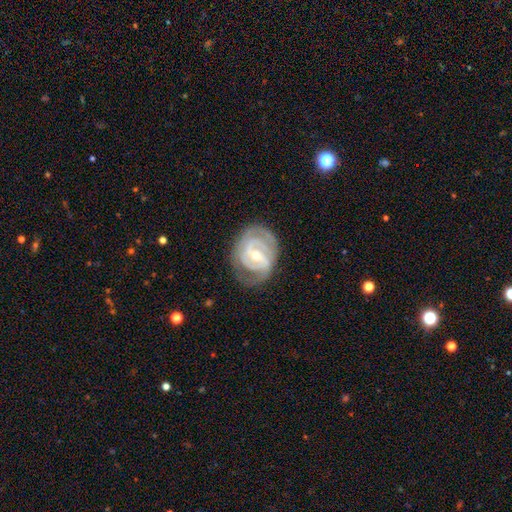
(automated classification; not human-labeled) Morphology: type=featured or disk (88%); edge-on=no (97%); bar=weak (47%); spiral arms=yes (95%); winding=tight (57%); arm count=2 (44%); bulge=small (56%); merging=none (71%).